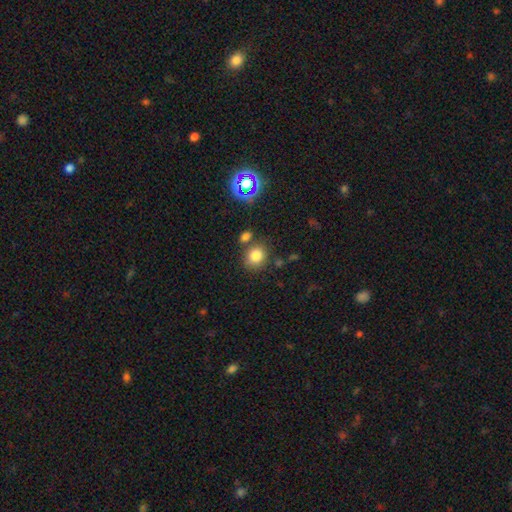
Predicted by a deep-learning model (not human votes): Smooth or featured? Predicted: smooth (p=0.79). How rounded? Predicted: round (p=0.73). Merging? Predicted: none (p=0.71).